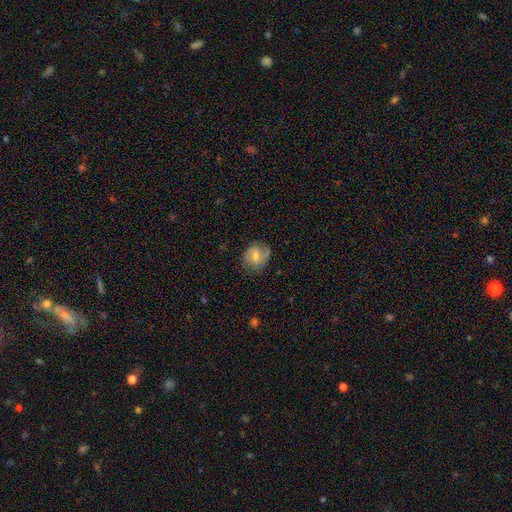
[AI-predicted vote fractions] Q: Smooth or featured?
A: smooth (47%); runner-up: featured or disk (45%)
Q: Merging?
A: none (66%); runner-up: minor disturbance (23%)